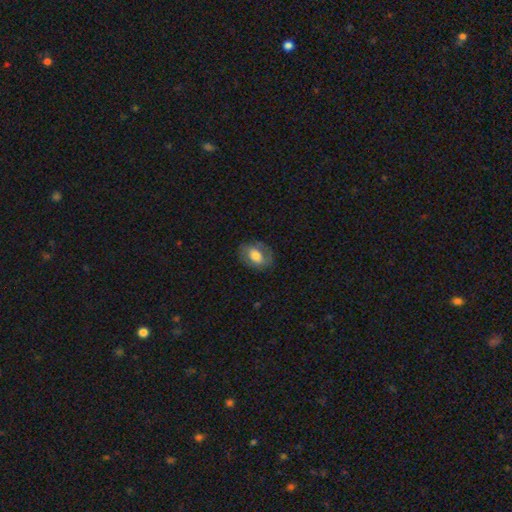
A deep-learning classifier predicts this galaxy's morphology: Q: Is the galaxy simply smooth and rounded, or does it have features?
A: smooth — 60%.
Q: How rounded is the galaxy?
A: in between — 74%.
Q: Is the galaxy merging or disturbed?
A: none — 73%.